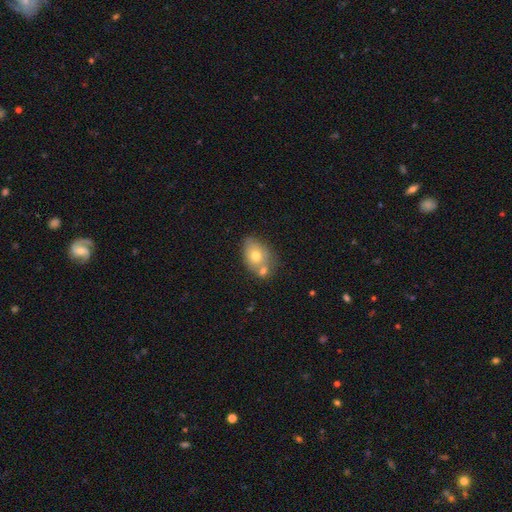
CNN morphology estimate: Smooth or featured? smooth (69%)
How rounded? in between (73%)
Merging? none (43%)